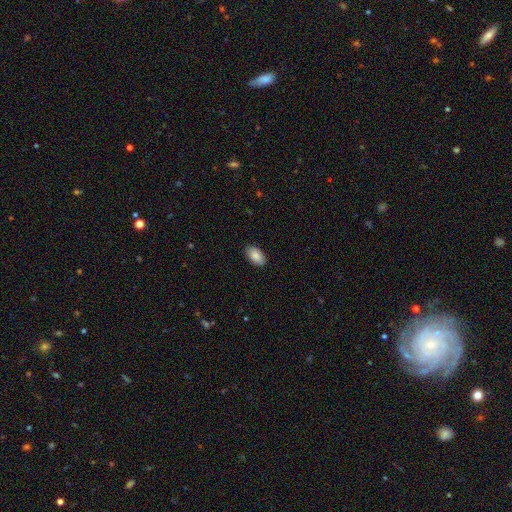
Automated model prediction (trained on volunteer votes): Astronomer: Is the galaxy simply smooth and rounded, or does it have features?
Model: smooth — 89%.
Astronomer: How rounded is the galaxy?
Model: in between — 95%.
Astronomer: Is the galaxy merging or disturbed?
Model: none — 89%.